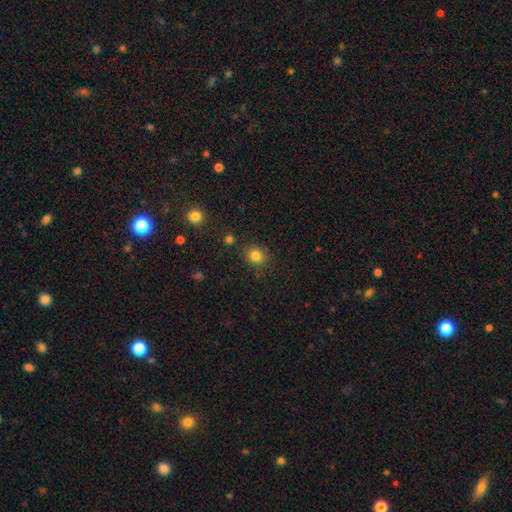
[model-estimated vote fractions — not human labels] smooth_or_featured: smooth (p=0.82) [alt: star or artifact p=0.12]
how_rounded: round (p=0.65) [alt: in between p=0.34]
merging: none (p=0.84) [alt: minor disturbance p=0.10]